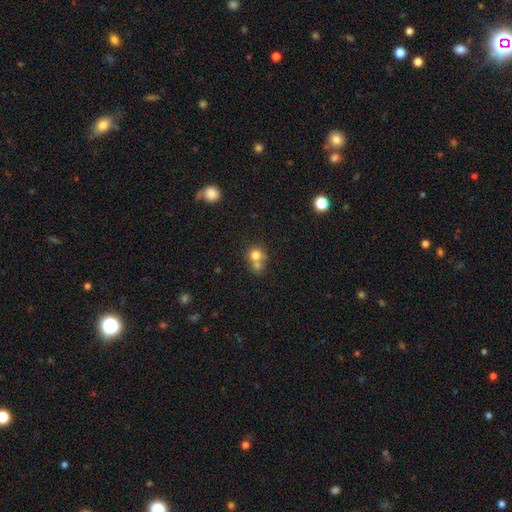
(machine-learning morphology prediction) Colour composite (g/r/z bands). It shows a smooth galaxy with no disk features (75%) that is round (81%). Merging: merger (53%).